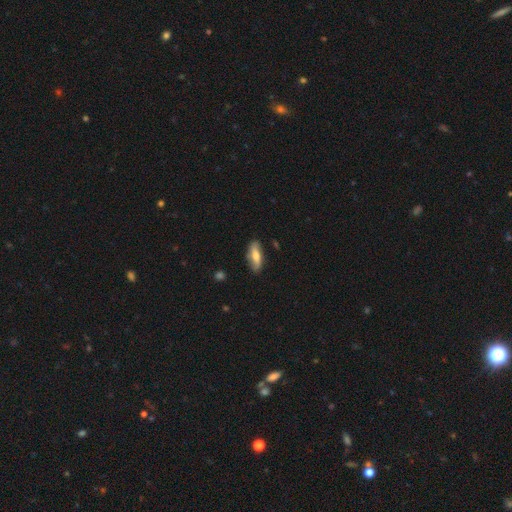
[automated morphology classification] The model was most divided on "smooth or featured": smooth: 58%, featured or disk: 36%, star or artifact: 6%. More confident: merging — none (80%); how rounded — in between (66%).